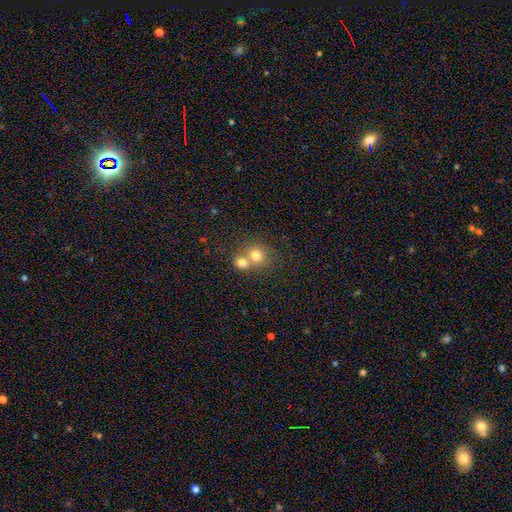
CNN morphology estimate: smooth-or-featured: smooth: 75% | featured or disk: 14% | star or artifact: 12%
  how-rounded: round: 82% | in between: 17% | cigar-shaped: 1%
  merging: merger: 56% | none: 36% | minor disturbance: 5% | major disturbance: 2%